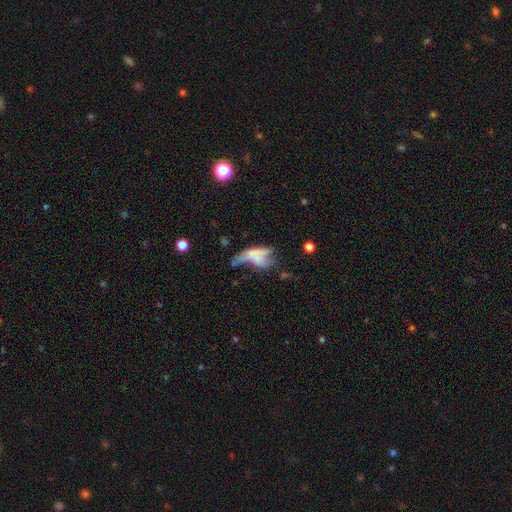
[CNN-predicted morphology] Smooth or featured: smooth — 48% (featured or disk — 39%)
Merging: major disturbance — 33% (merger — 29%)